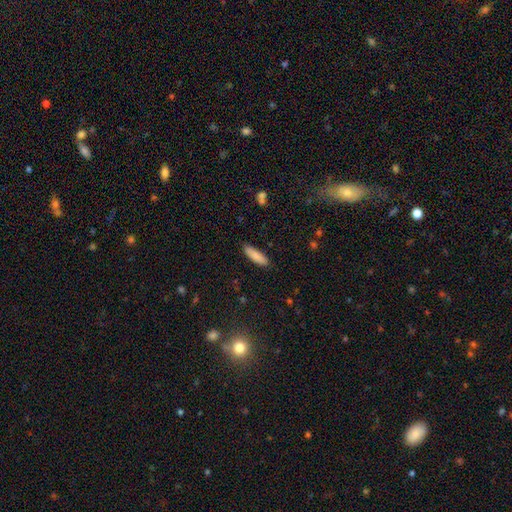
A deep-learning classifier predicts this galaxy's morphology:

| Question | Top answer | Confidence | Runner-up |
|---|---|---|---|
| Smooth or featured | smooth | 87% | featured or disk (7%) |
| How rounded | cigar-shaped | 60% | in between (38%) |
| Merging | none | 88% | minor disturbance (9%) |